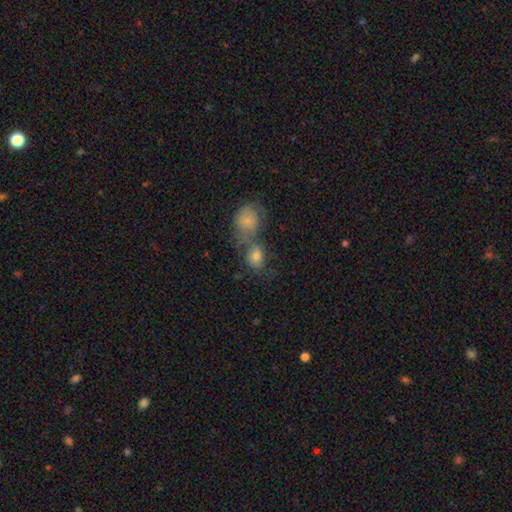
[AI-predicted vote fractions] Overall: smooth (63%). How rounded: round (57%; in between 41%). Merging: merger (54%; none 31%).